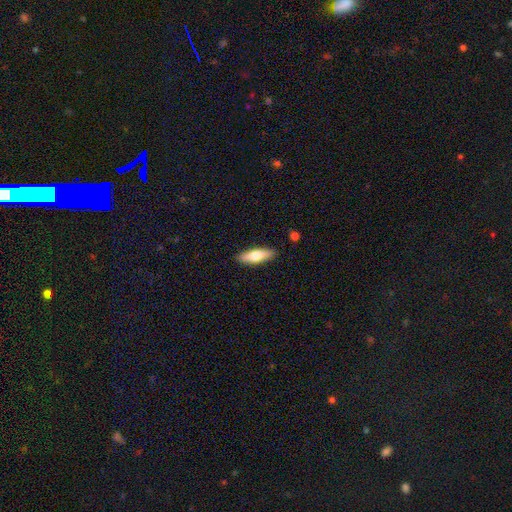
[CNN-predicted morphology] Q: Smooth or featured?
A: smooth (65%); runner-up: featured or disk (30%)
Q: How rounded?
A: cigar-shaped (50%); runner-up: in between (48%)
Q: Merging?
A: none (89%); runner-up: minor disturbance (8%)